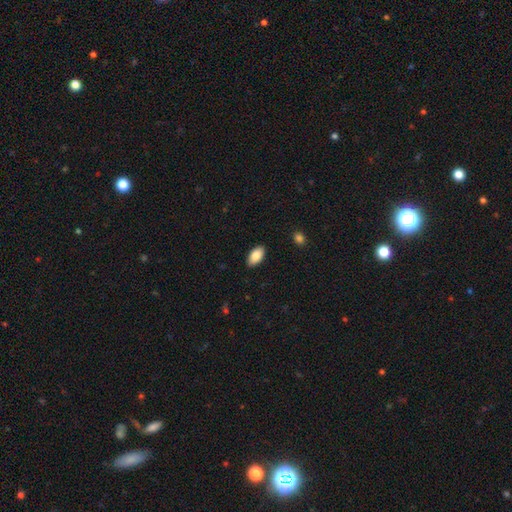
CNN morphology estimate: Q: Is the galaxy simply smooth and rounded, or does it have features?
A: smooth — 85%.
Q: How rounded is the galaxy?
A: in between — 94%.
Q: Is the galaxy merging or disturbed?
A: none — 89%.